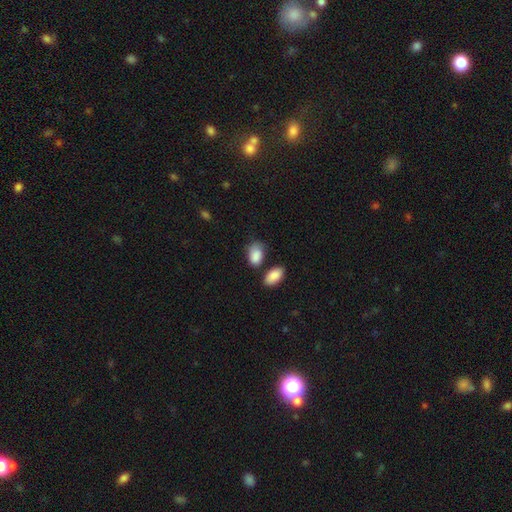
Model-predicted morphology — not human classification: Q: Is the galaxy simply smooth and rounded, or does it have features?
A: smooth — 87%.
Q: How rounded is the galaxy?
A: in between — 89%.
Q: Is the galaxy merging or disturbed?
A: none — 50%.